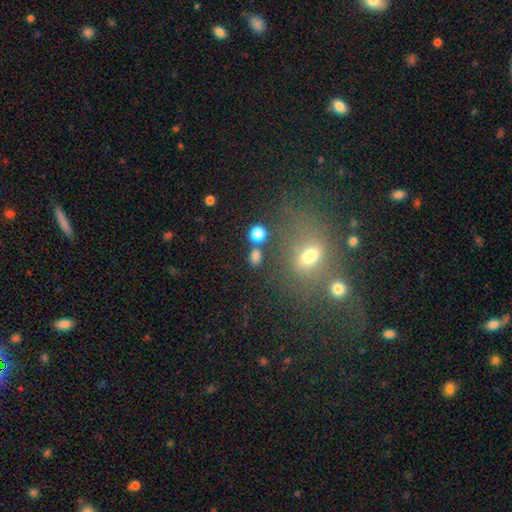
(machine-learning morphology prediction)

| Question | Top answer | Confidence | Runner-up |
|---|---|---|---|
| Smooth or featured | smooth | 78% | star or artifact (15%) |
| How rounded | round | 59% | in between (38%) |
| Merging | none | 73% | merger (13%) |